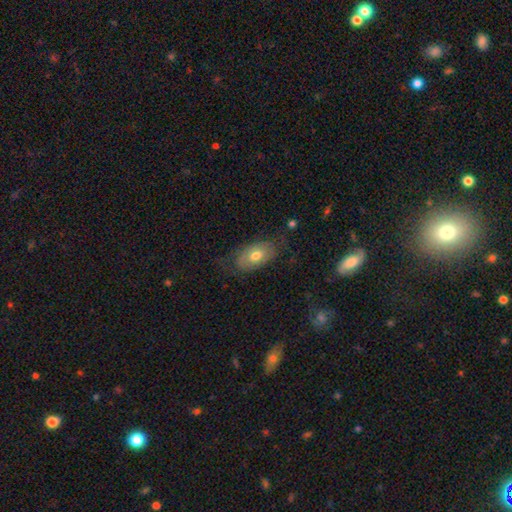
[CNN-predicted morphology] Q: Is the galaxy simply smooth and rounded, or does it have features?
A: smooth — 59%.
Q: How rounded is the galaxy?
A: in between — 91%.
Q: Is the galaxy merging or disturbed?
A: none — 67%.